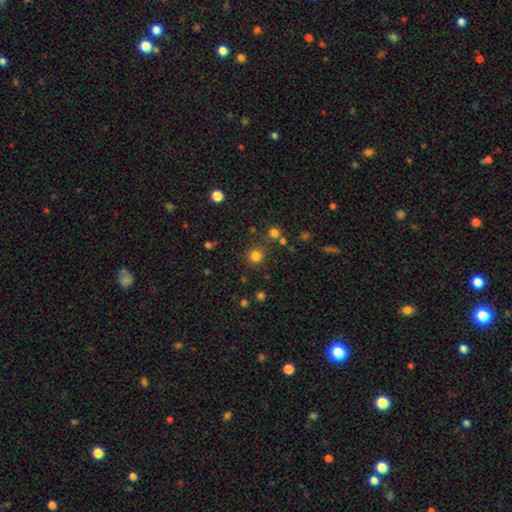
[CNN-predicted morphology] Smooth or featured? smooth (79%)
How rounded? round (93%)
Merging? none (82%)